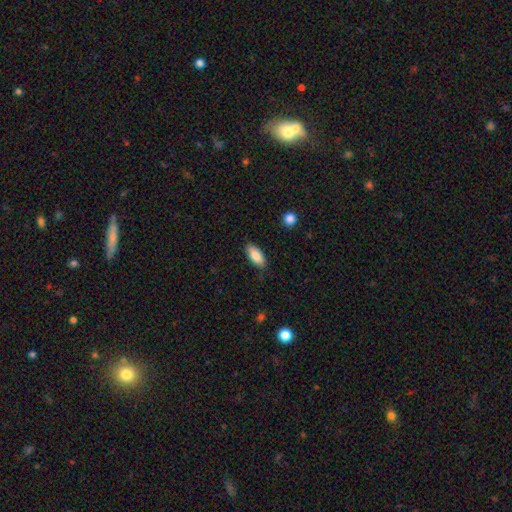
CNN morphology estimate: Smooth or featured? smooth (85%)
How rounded? in between (84%)
Merging? none (85%)